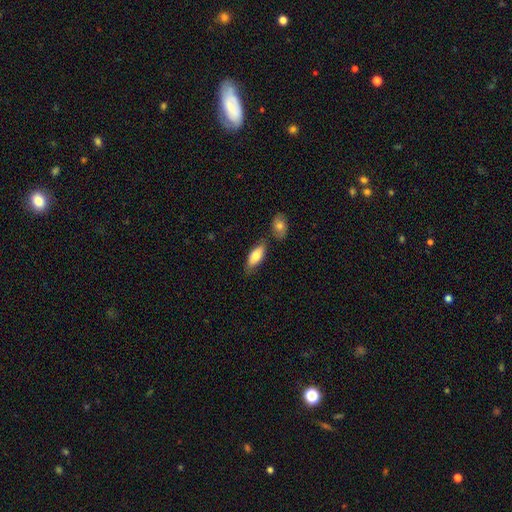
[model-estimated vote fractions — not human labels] Smooth or featured? Predicted: smooth (p=0.77). How rounded? Predicted: in between (p=0.80). Merging? Predicted: none (p=0.69).